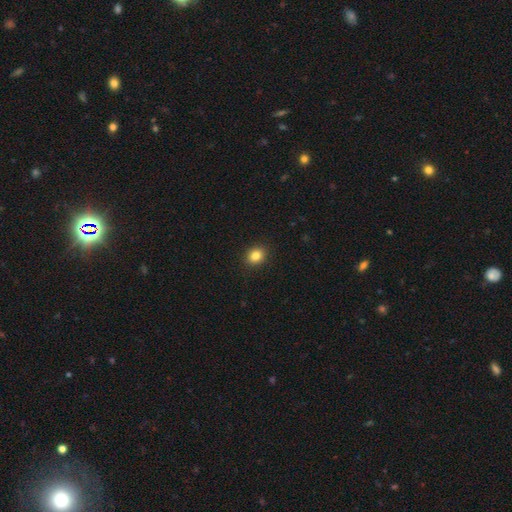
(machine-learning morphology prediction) A smooth galaxy with no disk features (83%) that is round (68%).

Vote fractions:
- Smooth or featured? smooth: 83% / star or artifact: 11% / featured or disk: 6%
- How rounded? round: 68% / in between: 31% / cigar-shaped: 1%
- Merging? none: 92% / minor disturbance: 6% / major disturbance: 2% / merger: 1%